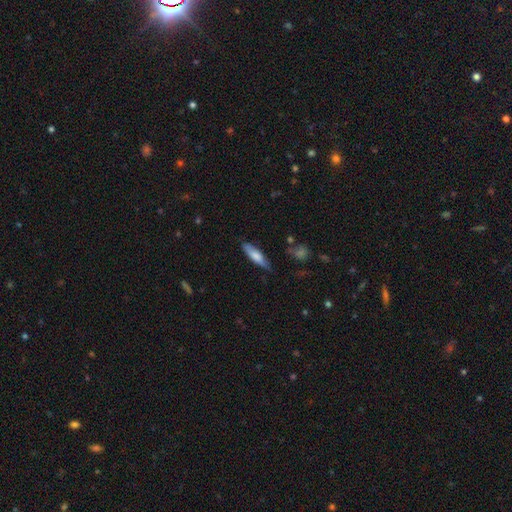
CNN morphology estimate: Smooth or featured?
  - smooth: 70% *
  - featured or disk: 24%
  - star or artifact: 6%
How rounded?
  - cigar-shaped: 64% *
  - in between: 35%
  - round: 2%
Merging?
  - none: 74% *
  - minor disturbance: 21%
  - major disturbance: 4%
  - merger: 2%